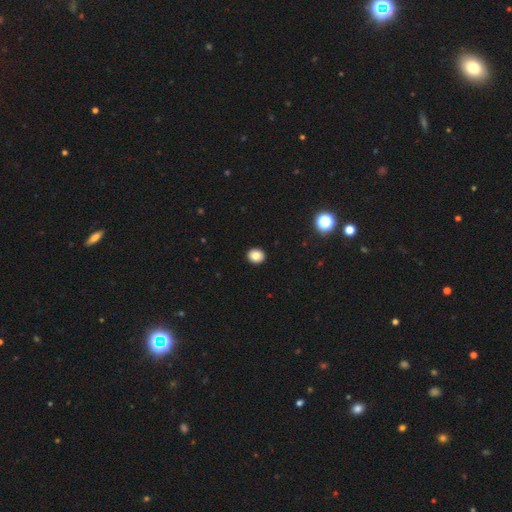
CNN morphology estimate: This appears to be a smooth galaxy with no disk features (83%) that is round (74%). Merging: none (93%).